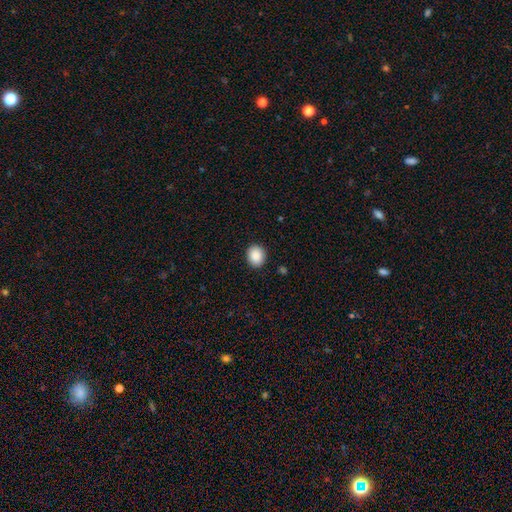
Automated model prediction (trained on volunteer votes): Smooth or featured? Predicted: smooth (p=0.90). How rounded? Predicted: round (p=0.60). Merging? Predicted: none (p=0.90).